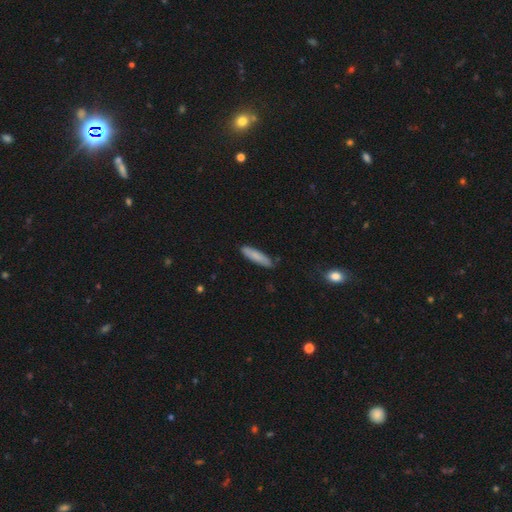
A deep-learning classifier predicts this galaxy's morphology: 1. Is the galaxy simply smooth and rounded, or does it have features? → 81% smooth, 13% featured or disk, 6% star or artifact.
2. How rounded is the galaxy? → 82% cigar-shaped, 17% in between, 1% round.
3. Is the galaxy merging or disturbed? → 84% none, 12% minor disturbance, 2% major disturbance, 1% merger.